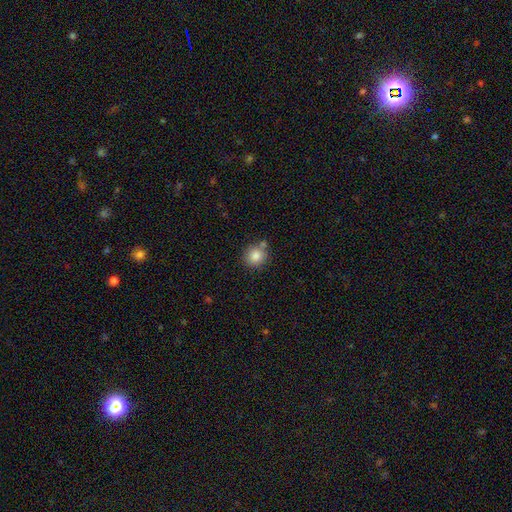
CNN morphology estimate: type=smooth (85%); roundness=round (90%); merging=none (75%).